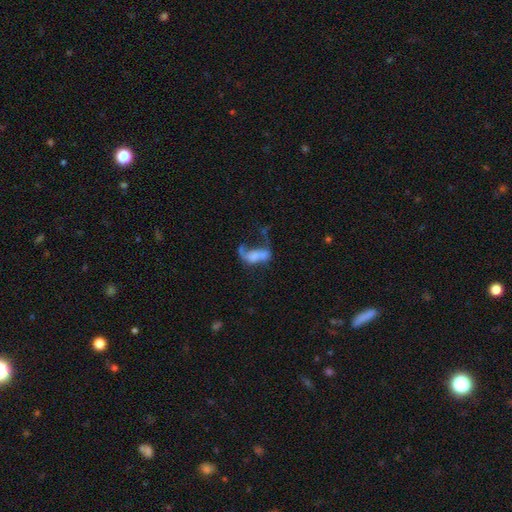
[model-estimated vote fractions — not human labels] smooth_or_featured: featured or disk (p=0.44) [alt: smooth p=0.43]
merging: major disturbance (p=0.38) [alt: merger p=0.30]